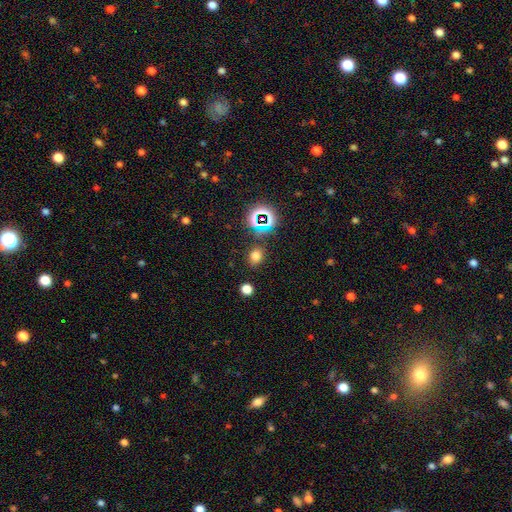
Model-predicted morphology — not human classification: Smooth or featured? smooth (69%)
How rounded? round (58%)
Merging? none (84%)